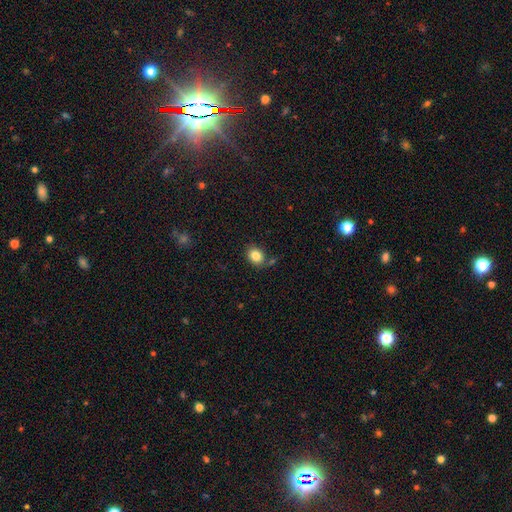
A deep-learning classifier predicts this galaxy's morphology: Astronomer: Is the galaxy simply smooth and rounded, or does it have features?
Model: smooth — 84%.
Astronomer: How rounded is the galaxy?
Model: in between — 50% (runner-up: round, 49%).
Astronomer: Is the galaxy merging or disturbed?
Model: none — 76%.